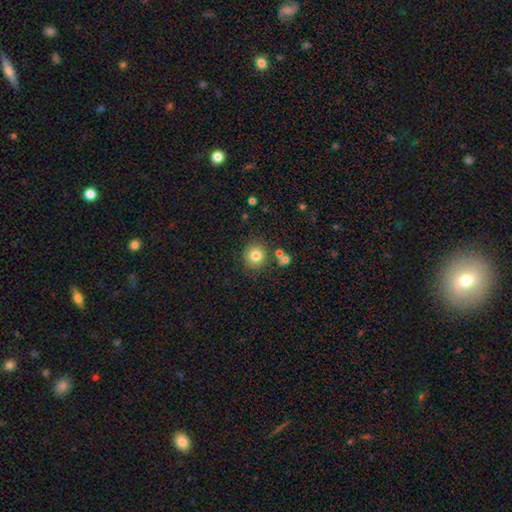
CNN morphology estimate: The model was most divided on "smooth or featured": smooth: 80%, star or artifact: 12%, featured or disk: 8%. More confident: how rounded — round (89%); merging — none (81%).